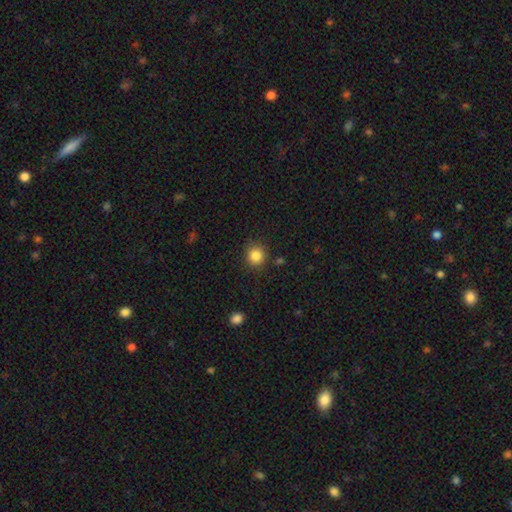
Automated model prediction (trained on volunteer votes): smooth 85%, star or artifact 10%, featured or disk 4%. Down the decision tree: how rounded — round (90%); merging — none (87%).